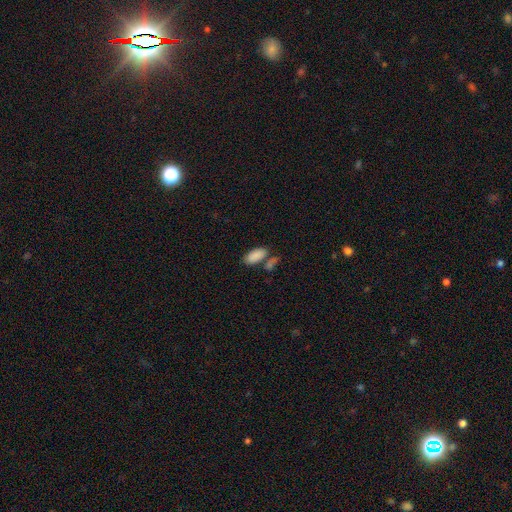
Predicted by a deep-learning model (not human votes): smooth-or-featured: smooth: 88% | star or artifact: 7% | featured or disk: 5%
  how-rounded: in between: 92% | cigar-shaped: 6% | round: 2%
  merging: none: 59% | merger: 25% | minor disturbance: 12% | major disturbance: 4%